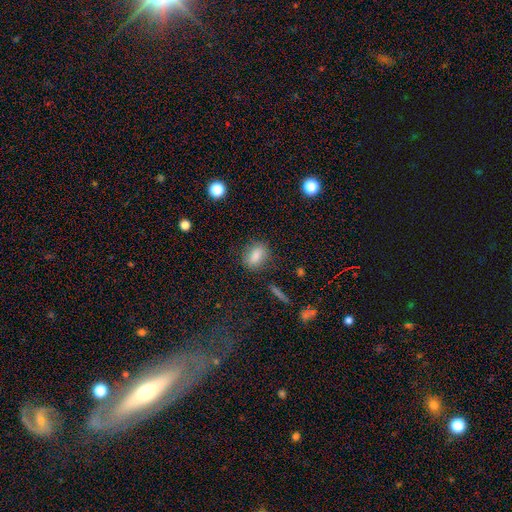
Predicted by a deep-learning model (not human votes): Smooth or featured? Predicted: smooth (p=0.84). How rounded? Predicted: in between (p=0.74). Merging? Predicted: none (p=0.79).